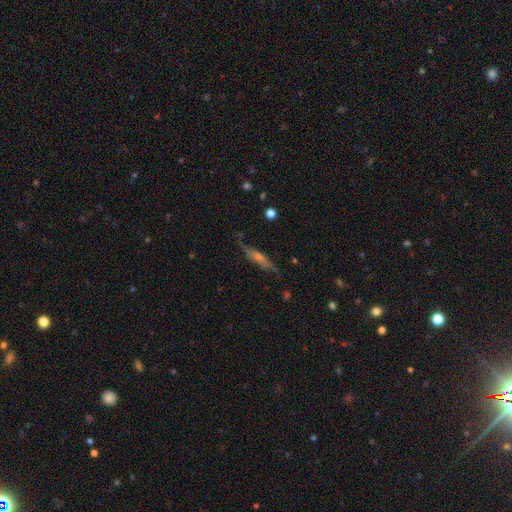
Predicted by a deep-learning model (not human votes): This is likely a featured or disk galaxy (68%). It is clearly viewed edge-on (83%). Edge-on bulge: likely rounded (73%). Merging: likely none (76%).